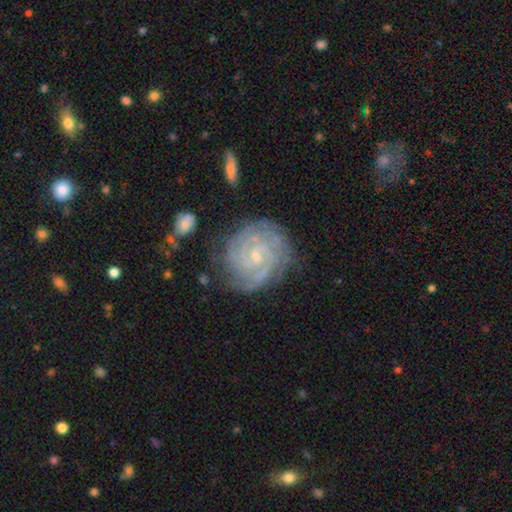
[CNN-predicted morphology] Smooth or featured?
  - featured or disk: 89% *
  - smooth: 6%
  - star or artifact: 5%
Edge-on disk?
  - no: 98% *
  - yes: 2%
Bar?
  - no: 57% *
  - weak: 34%
  - strong: 9%
Spiral arms?
  - yes: 98% *
  - no: 2%
Spiral winding?
  - tight: 81% *
  - medium: 17%
  - loose: 3%
Spiral arm count?
  - 2: 29% *
  - 3: 23%
  - can't tell: 20%
  - 4: 15%
  - more than 4: 6%
  - 1: 6%
Bulge size?
  - small: 78% *
  - moderate: 17%
  - none: 3%
  - large: 1%
  - dominant: 1%
Merging?
  - none: 75% *
  - minor disturbance: 17%
  - major disturbance: 5%
  - merger: 2%